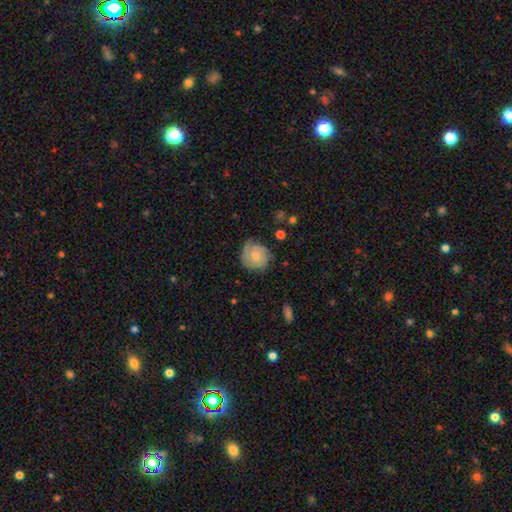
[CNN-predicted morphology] Smooth or featured? Predicted: featured or disk (p=0.49). Merging? Predicted: none (p=0.61).